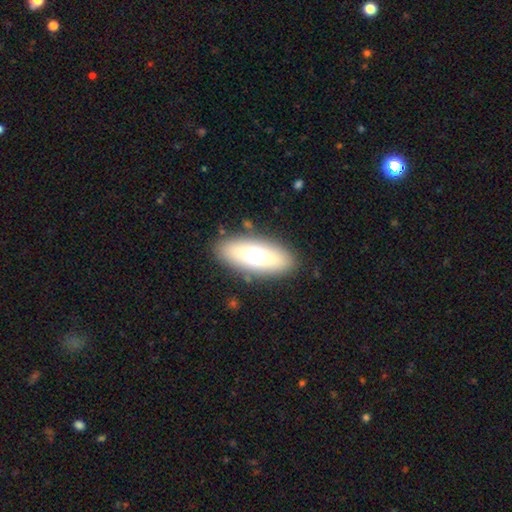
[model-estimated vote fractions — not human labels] Q: Smooth or featured?
A: smooth (63%); runner-up: featured or disk (28%)
Q: How rounded?
A: in between (77%); runner-up: cigar-shaped (18%)
Q: Merging?
A: none (86%); runner-up: minor disturbance (9%)